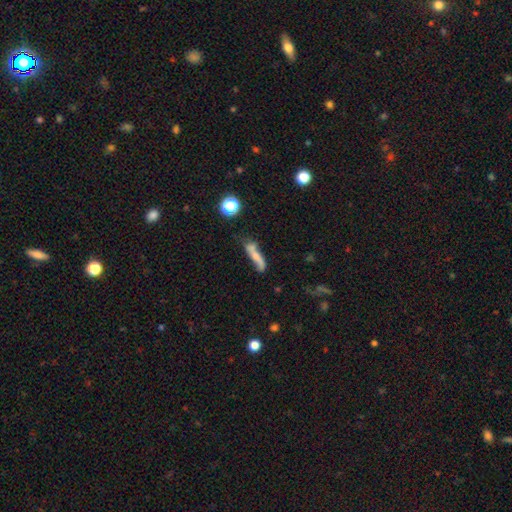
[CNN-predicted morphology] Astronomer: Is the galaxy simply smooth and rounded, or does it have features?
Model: smooth — 50% (runner-up: featured or disk, 39%).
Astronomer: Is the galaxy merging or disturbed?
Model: none — 34% (runner-up: merger, 25%).